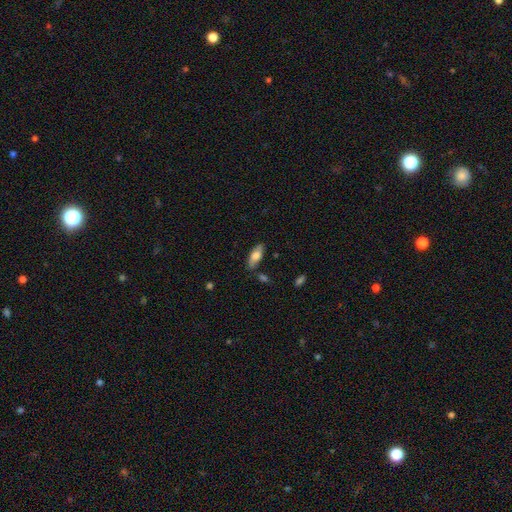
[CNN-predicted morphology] Smooth or featured? Predicted: smooth (p=0.71). How rounded? Predicted: in between (p=0.79). Merging? Predicted: none (p=0.78).